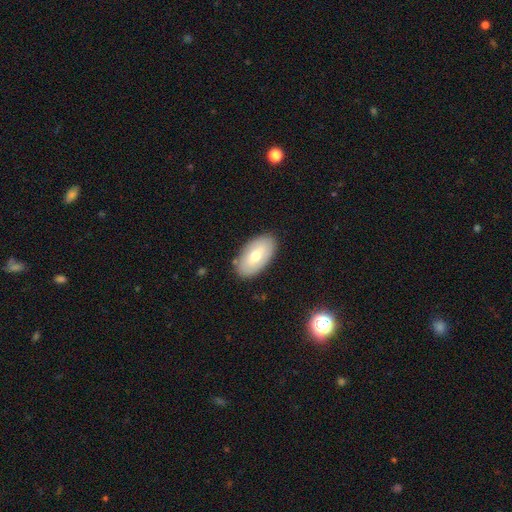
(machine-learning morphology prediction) Smooth or featured: smooth — 63% (featured or disk — 30%)
How rounded: in between — 94% (round — 3%)
Merging: none — 85% (minor disturbance — 11%)